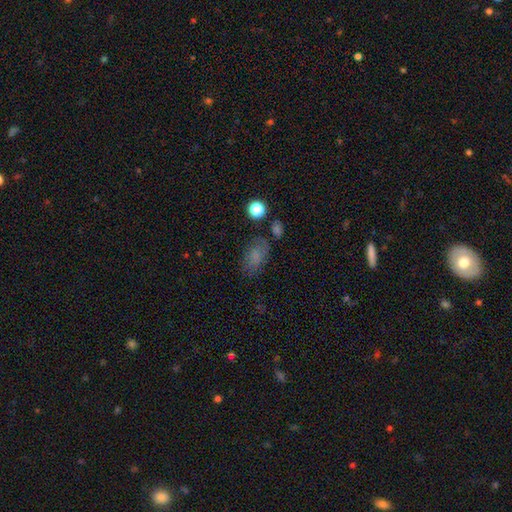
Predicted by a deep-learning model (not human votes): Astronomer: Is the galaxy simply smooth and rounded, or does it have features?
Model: smooth — 70%.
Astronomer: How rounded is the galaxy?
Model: in between — 86%.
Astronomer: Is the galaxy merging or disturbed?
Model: none — 66%.